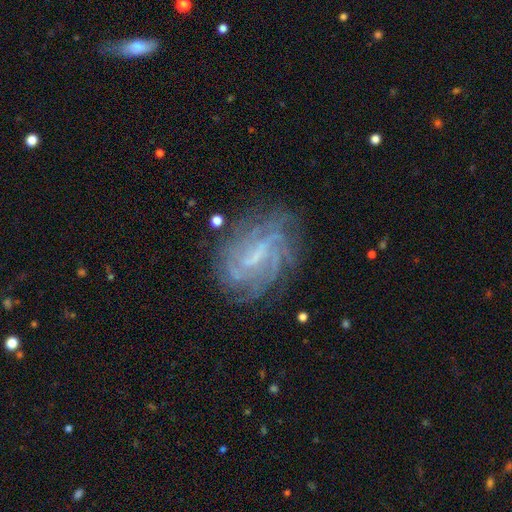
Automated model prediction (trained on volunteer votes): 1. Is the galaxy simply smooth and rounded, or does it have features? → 80% featured or disk, 10% smooth, 10% star or artifact.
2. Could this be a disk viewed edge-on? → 96% no, 4% yes.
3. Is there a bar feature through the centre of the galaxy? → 51% weak, 29% strong, 19% no.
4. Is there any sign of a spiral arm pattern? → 90% yes, 10% no.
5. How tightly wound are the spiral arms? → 55% tight, 33% medium, 12% loose.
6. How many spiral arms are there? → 43% can't tell, 18% 4, 12% 3, 11% 2, 10% more than 4, 6% 1.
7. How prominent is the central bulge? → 43% small, 35% none, 19% moderate, 2% large, 1% dominant.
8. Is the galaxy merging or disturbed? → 72% none, 16% minor disturbance, 10% major disturbance, 2% merger.